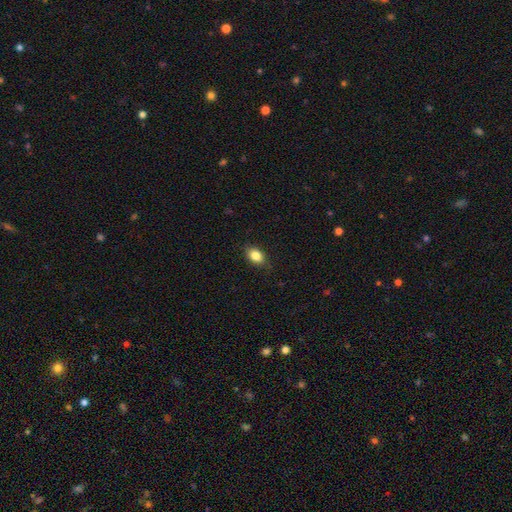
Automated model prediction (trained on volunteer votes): The model was most divided on "how rounded": in between: 82%, round: 16%, cigar-shaped: 2%. More confident: smooth or featured — smooth (85%); merging — none (84%).